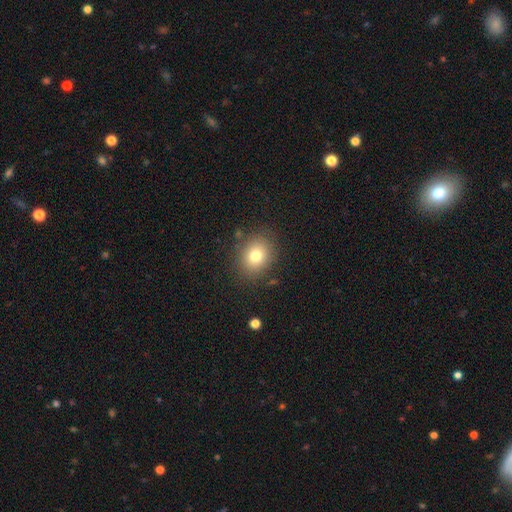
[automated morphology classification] A smooth galaxy with no disk features (77%) that is round (58%). Merging: none (84%).